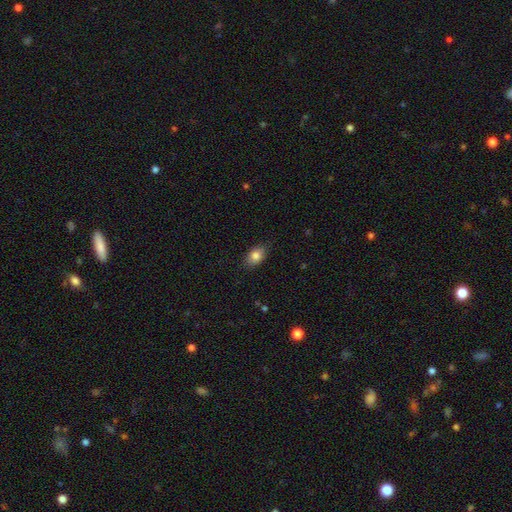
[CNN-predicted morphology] Smooth or featured? Predicted: smooth (p=0.83). How rounded? Predicted: in between (p=0.84). Merging? Predicted: none (p=0.84).